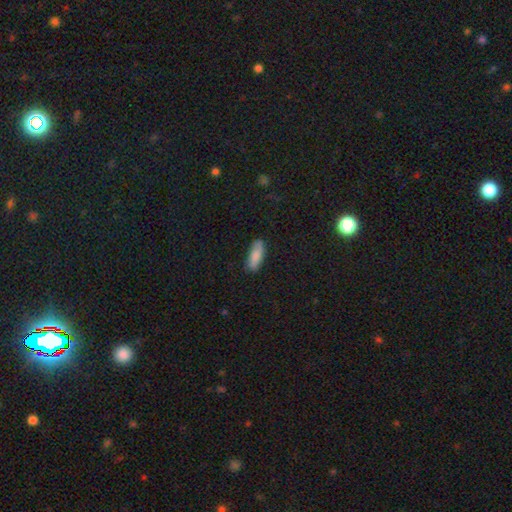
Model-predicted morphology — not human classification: smooth_or_featured: smooth (p=0.84) [alt: featured or disk p=0.10]
how_rounded: in between (p=0.60) [alt: cigar-shaped p=0.38]
merging: none (p=0.80) [alt: minor disturbance p=0.15]